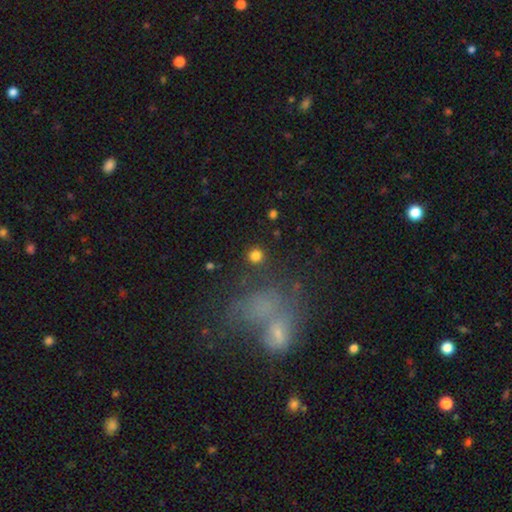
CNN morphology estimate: smooth-or-featured: smooth: 82% | star or artifact: 13% | featured or disk: 6%
  how-rounded: round: 94% | in between: 5% | cigar-shaped: 1%
  merging: none: 88% | minor disturbance: 6% | major disturbance: 3% | merger: 3%